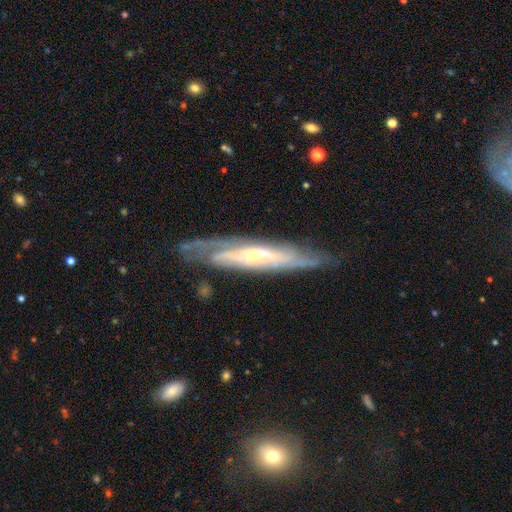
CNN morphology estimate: A featured or disk galaxy (79%). Merging: none (70%).